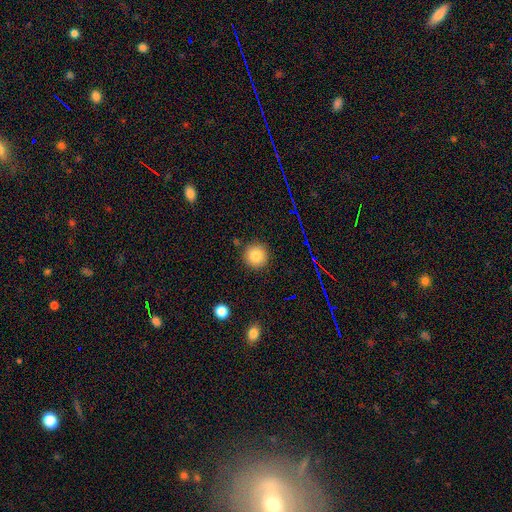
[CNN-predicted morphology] Smooth or featured?
  - smooth: 83% *
  - star or artifact: 11%
  - featured or disk: 6%
How rounded?
  - round: 95% *
  - in between: 4%
  - cigar-shaped: 1%
Merging?
  - none: 89% *
  - minor disturbance: 6%
  - major disturbance: 2%
  - merger: 2%